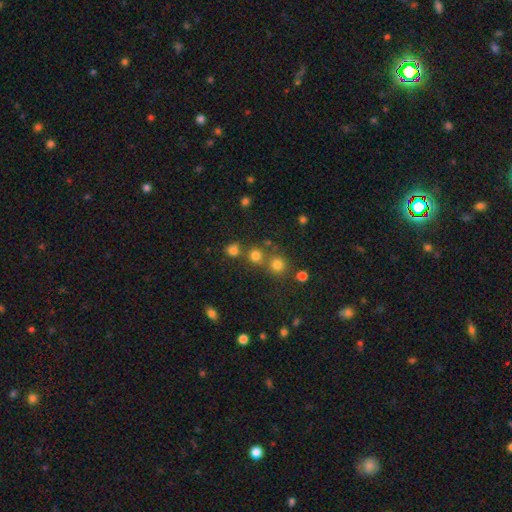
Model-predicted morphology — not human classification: Smooth or featured: smooth — 73% (star or artifact — 20%)
How rounded: round — 89% (in between — 10%)
Merging: none — 66% (merger — 23%)